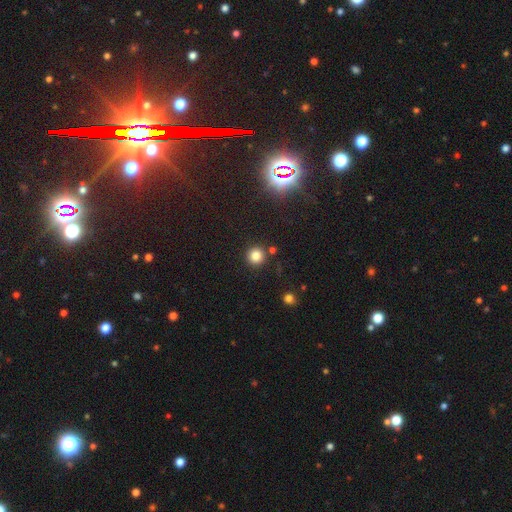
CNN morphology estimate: A smooth galaxy with no disk features (80%) that is round (94%).

Vote fractions:
- Smooth or featured? smooth: 80% / star or artifact: 14% / featured or disk: 6%
- How rounded? round: 94% / in between: 5% / cigar-shaped: 1%
- Merging? none: 86% / minor disturbance: 6% / merger: 5% / major disturbance: 2%